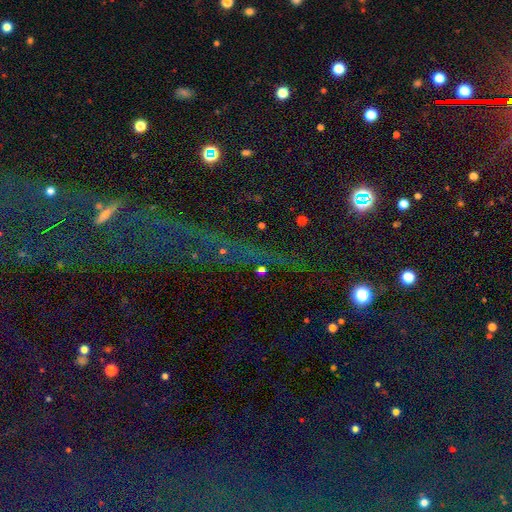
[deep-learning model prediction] Q: Smooth or featured?
A: star or artifact (73%); runner-up: smooth (14%)